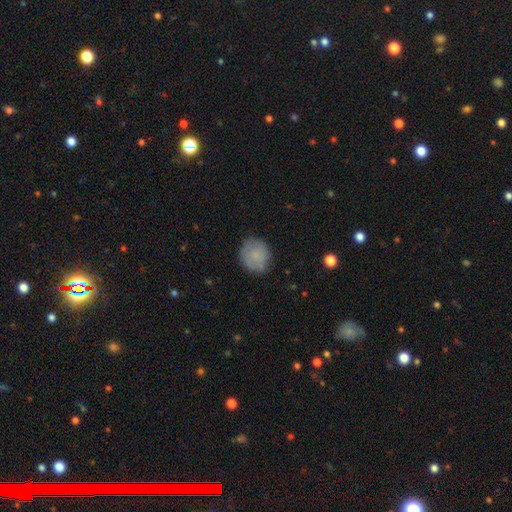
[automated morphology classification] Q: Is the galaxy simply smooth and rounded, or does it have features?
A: smooth — 78%.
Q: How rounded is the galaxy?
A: round — 78%.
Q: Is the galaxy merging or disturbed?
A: none — 77%.